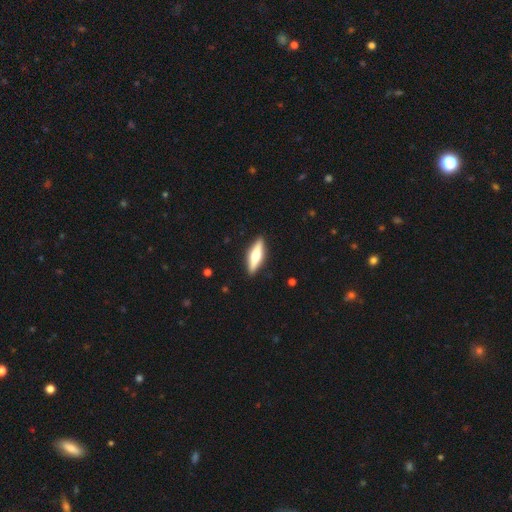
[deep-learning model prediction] Morphology: type=featured or disk (50%); merging=none (90%).